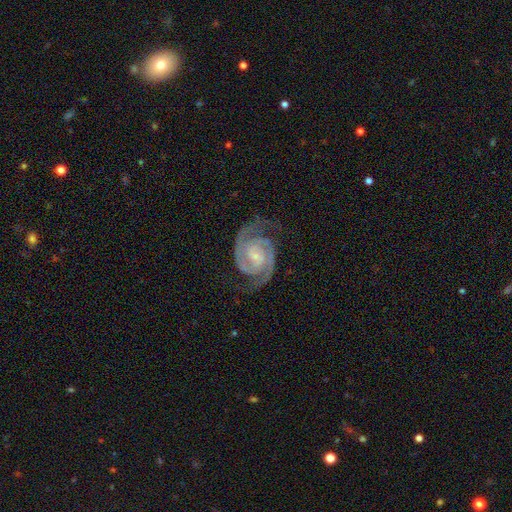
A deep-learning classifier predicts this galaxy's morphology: type=featured or disk (93%); edge-on=no (98%); bar=no (48%); spiral arms=yes (99%); winding=tight (57%); arm count=2 (91%); bulge=small (63%); merging=none (78%).